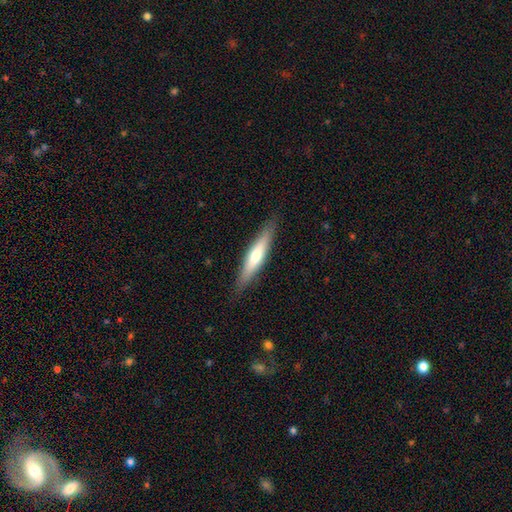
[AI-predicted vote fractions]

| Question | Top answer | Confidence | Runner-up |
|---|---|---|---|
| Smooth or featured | smooth | 55% | featured or disk (40%) |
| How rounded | cigar-shaped | 86% | in between (12%) |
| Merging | none | 88% | minor disturbance (9%) |